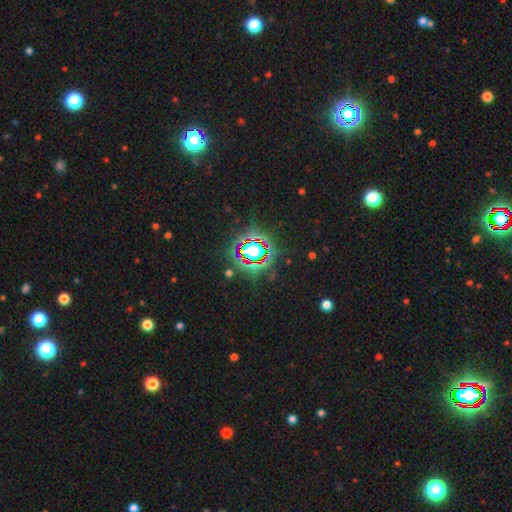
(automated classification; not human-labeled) smooth_or_featured: star or artifact (p=0.80) [alt: smooth p=0.11]